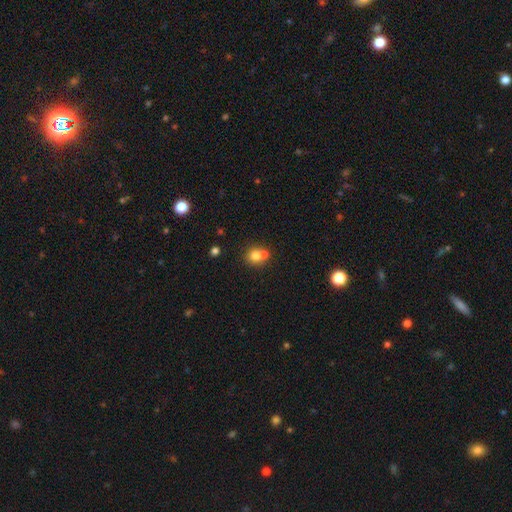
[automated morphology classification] A smooth galaxy with no disk features (75%) that is round (83%).

Vote fractions:
- Smooth or featured? smooth: 75% / featured or disk: 13% / star or artifact: 12%
- How rounded? round: 83% / in between: 16% / cigar-shaped: 1%
- Merging? merger: 47% / none: 43% / minor disturbance: 7% / major disturbance: 3%